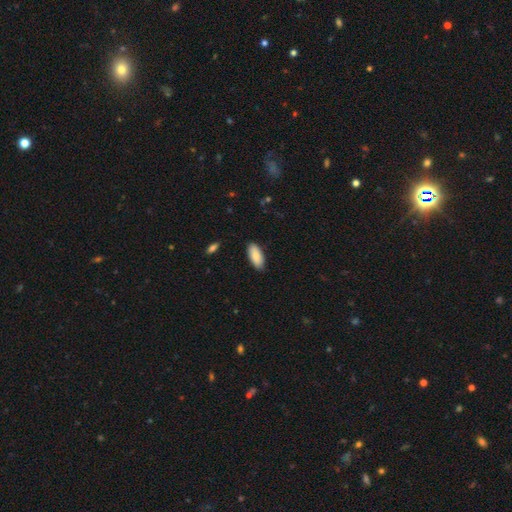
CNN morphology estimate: Smooth or featured: smooth — 87% (featured or disk — 8%)
How rounded: in between — 87% (cigar-shaped — 11%)
Merging: none — 87% (minor disturbance — 10%)